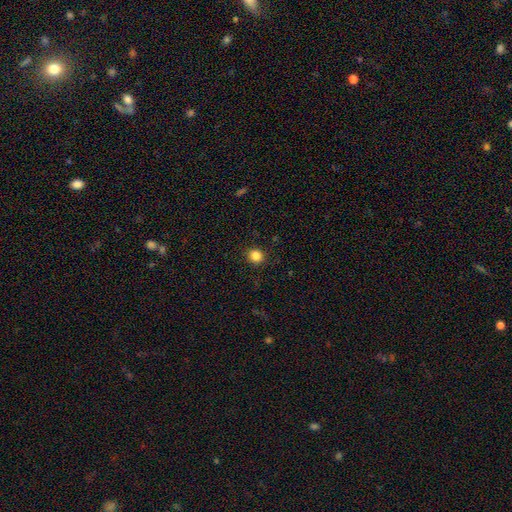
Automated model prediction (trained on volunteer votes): Q: Smooth or featured?
A: smooth (85%); runner-up: star or artifact (11%)
Q: How rounded?
A: round (88%); runner-up: in between (11%)
Q: Merging?
A: none (91%); runner-up: minor disturbance (6%)